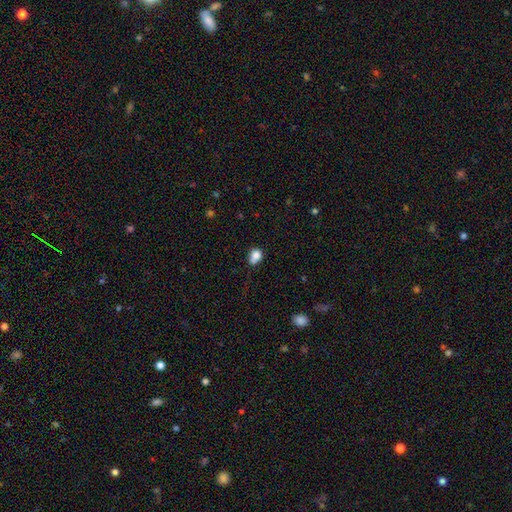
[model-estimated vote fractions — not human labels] Smooth or featured: smooth — 79% (star or artifact — 11%)
How rounded: round — 55% (in between — 43%)
Merging: none — 40% (merger — 28%)